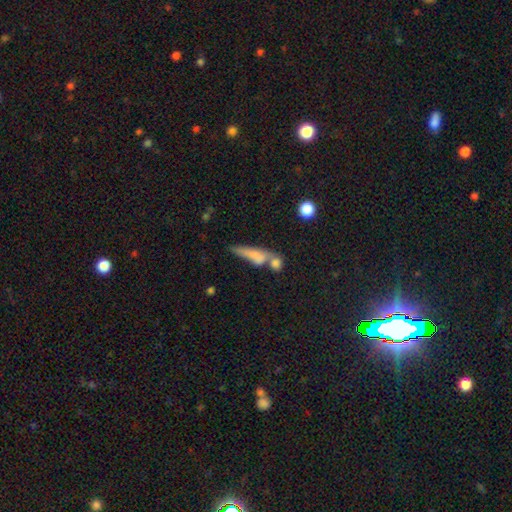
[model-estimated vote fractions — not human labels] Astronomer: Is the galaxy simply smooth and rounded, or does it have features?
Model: smooth — 64%.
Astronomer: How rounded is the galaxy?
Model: cigar-shaped — 69%.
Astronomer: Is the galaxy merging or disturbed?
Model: merger — 40% (runner-up: none, 34%).